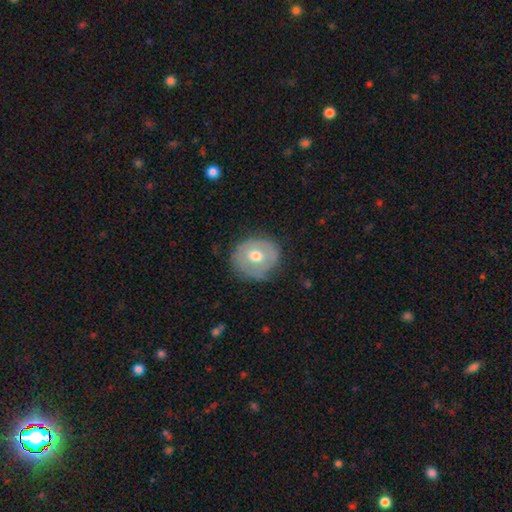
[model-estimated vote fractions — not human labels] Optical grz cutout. It shows a smooth galaxy with no disk features (47%). Merging: none (76%).